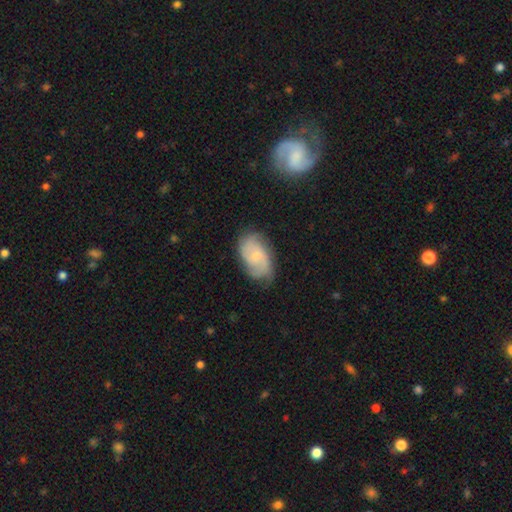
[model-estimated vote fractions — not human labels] smooth_or_featured: featured or disk (p=0.64) [alt: smooth p=0.29]
disk_edge_on: no (p=0.96) [alt: yes p=0.04]
bar: no (p=0.65) [alt: weak p=0.31]
has_spiral_arms: yes (p=0.91) [alt: no p=0.09]
spiral_winding: medium (p=0.43) [alt: tight p=0.38]
spiral_arm_count: 2 (p=0.46) [alt: can't tell p=0.26]
bulge_size: small (p=0.66) [alt: moderate p=0.27]
merging: none (p=0.68) [alt: minor disturbance p=0.23]